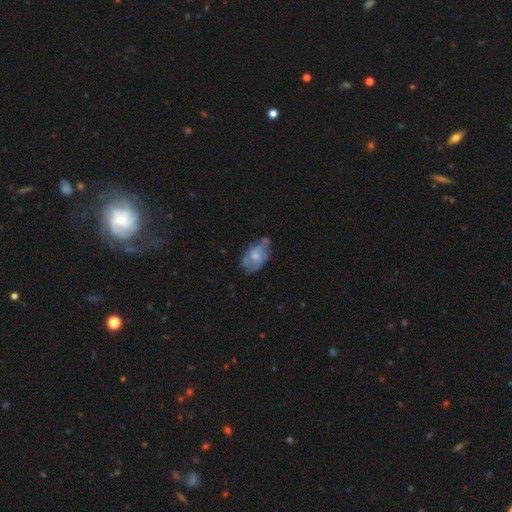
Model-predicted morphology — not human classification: Smooth or featured: featured or disk — 48% (smooth — 44%)
Merging: none — 41% (minor disturbance — 34%)